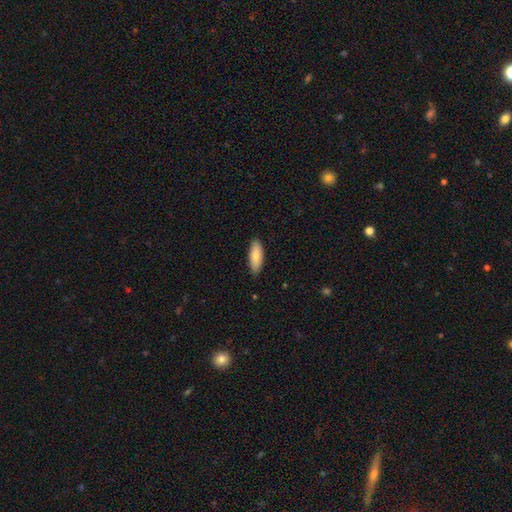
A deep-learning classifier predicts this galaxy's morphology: This is clearly a smooth galaxy (85%). How rounded: likely in between (69%). Merging: clearly none (87%).